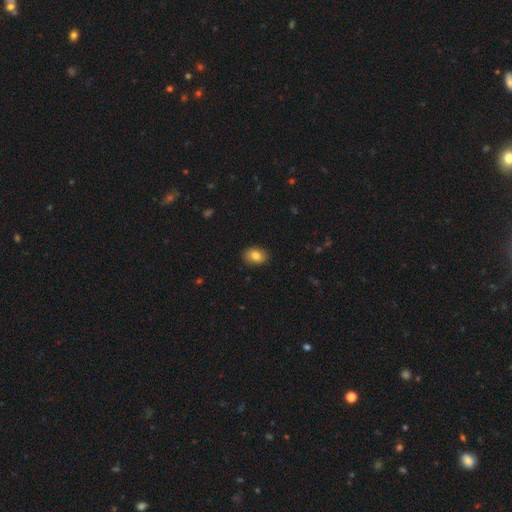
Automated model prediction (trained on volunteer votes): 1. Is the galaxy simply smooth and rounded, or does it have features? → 83% smooth, 9% featured or disk, 8% star or artifact.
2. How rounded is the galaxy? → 72% in between, 27% round, 1% cigar-shaped.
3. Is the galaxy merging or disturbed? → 88% none, 9% minor disturbance, 2% major disturbance, 1% merger.